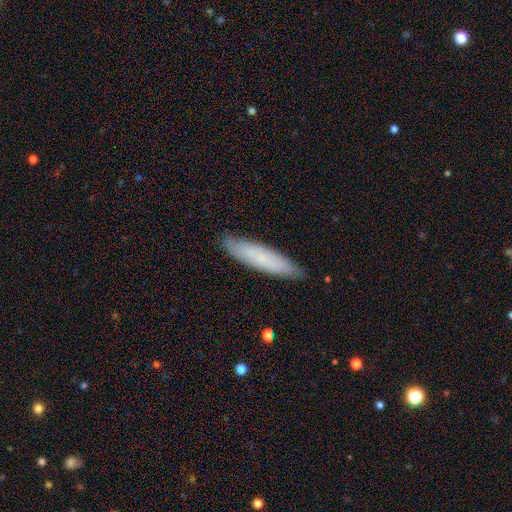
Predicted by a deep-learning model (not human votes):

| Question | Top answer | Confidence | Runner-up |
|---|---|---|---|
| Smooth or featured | smooth | 65% | featured or disk (25%) |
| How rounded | cigar-shaped | 82% | in between (16%) |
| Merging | none | 88% | minor disturbance (9%) |